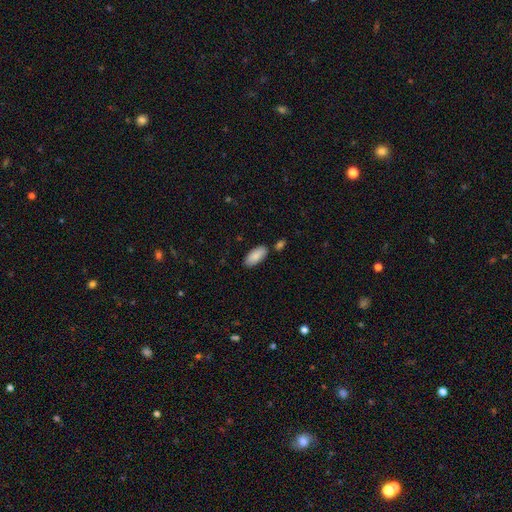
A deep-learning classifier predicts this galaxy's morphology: smooth 87%, featured or disk 7%, star or artifact 6%. Down the decision tree: how rounded — in between (88%); merging — none (80%).